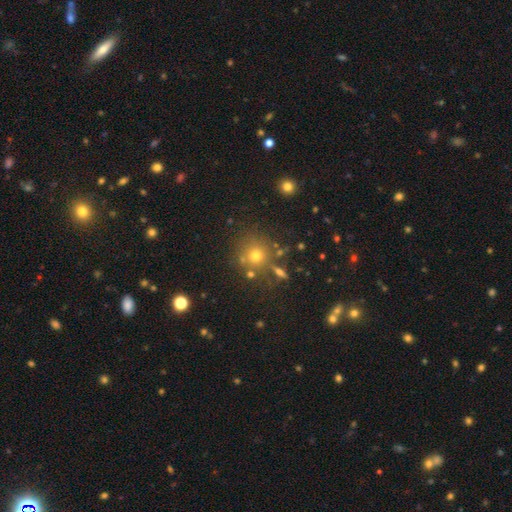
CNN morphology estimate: smooth 67%, star or artifact 22%, featured or disk 11%. Down the decision tree: how rounded — round (91%); merging — none (74%).